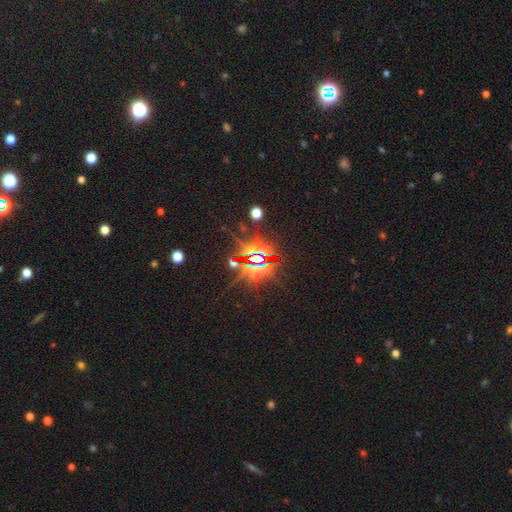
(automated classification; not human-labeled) Q: Smooth or featured?
A: star or artifact (83%); runner-up: featured or disk (10%)